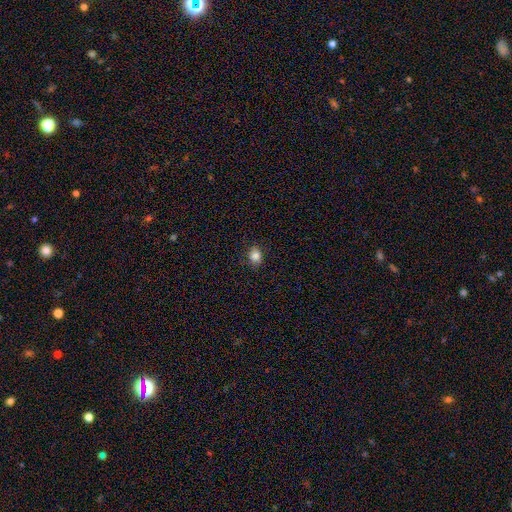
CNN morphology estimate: smooth_or_featured: smooth (p=0.84) [alt: star or artifact p=0.11]
how_rounded: round (p=0.52) [alt: in between p=0.47]
merging: none (p=0.80) [alt: minor disturbance p=0.15]